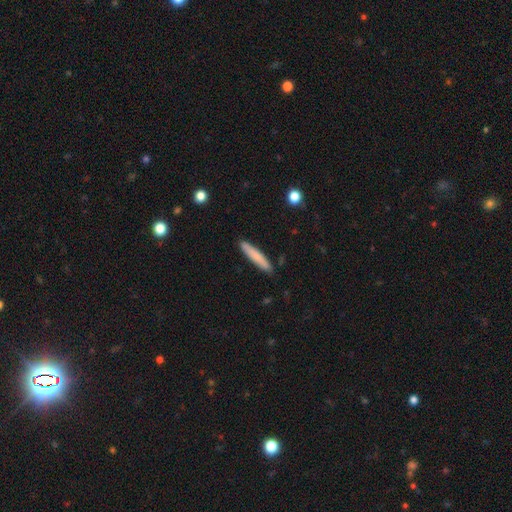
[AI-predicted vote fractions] smooth_or_featured: smooth (p=0.78) [alt: featured or disk p=0.16]
how_rounded: cigar-shaped (p=0.93) [alt: in between p=0.06]
merging: none (p=0.88) [alt: minor disturbance p=0.09]